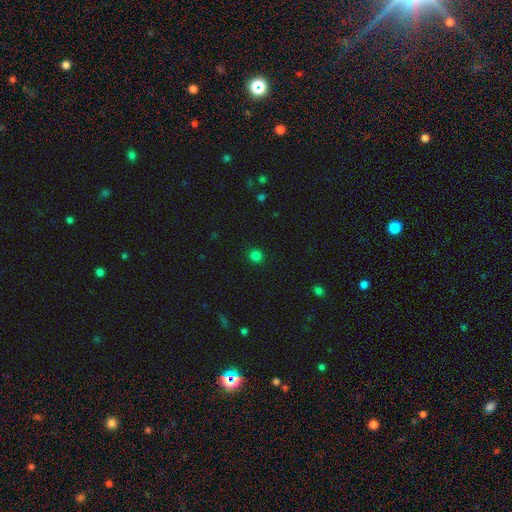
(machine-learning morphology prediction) type=smooth (81%); roundness=round (91%); merging=none (92%).